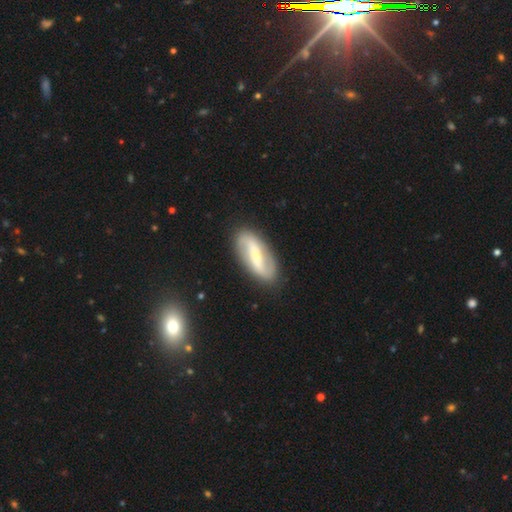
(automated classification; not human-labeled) A featured or disk galaxy (72%) with a strong bar (50%), 2 (90%) loose (61%) spiral arms (87%) and a small central bulge (52%).

Vote fractions:
- Smooth or featured? featured or disk: 72% / smooth: 22% / star or artifact: 6%
- Edge-on disk? no: 93% / yes: 7%
- Bar? strong: 50% / weak: 35% / no: 15%
- Spiral arms? yes: 87% / no: 13%
- Spiral winding? loose: 61% / medium: 26% / tight: 13%
- Spiral arm count? 2: 90% / can't tell: 5% / 1: 2% / 3: 1% / 4: 1% / more than 4: 1%
- Bulge size? small: 52% / moderate: 32% / none: 9% / large: 6% / dominant: 2%
- Merging? none: 85% / minor disturbance: 10% / major disturbance: 3% / merger: 2%